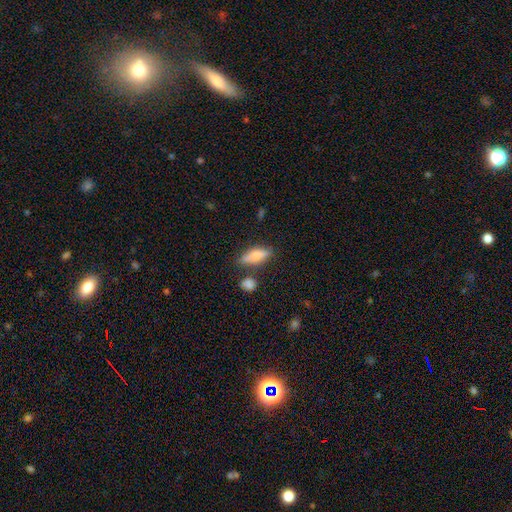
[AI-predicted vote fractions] smooth_or_featured: smooth (p=0.69) [alt: featured or disk p=0.24]
how_rounded: in between (p=0.54) [alt: cigar-shaped p=0.43]
merging: none (p=0.68) [alt: minor disturbance p=0.18]